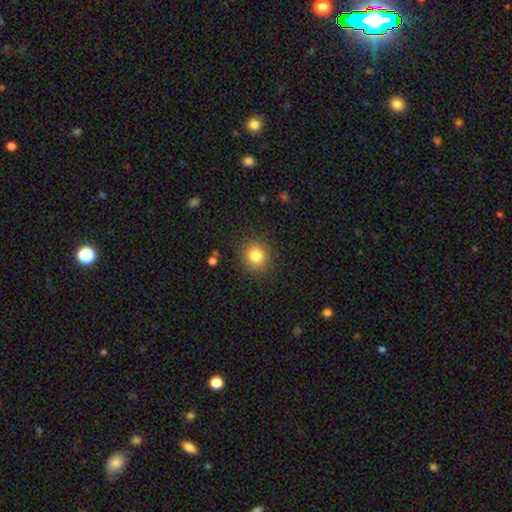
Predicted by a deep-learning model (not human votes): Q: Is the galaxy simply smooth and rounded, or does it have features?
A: smooth — 82%.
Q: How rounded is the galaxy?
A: round — 84%.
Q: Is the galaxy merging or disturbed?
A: none — 88%.